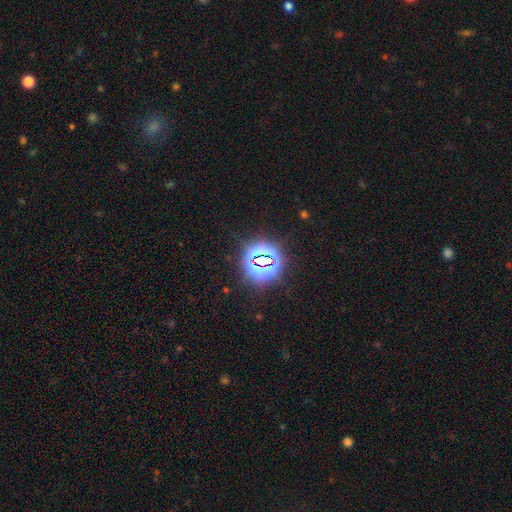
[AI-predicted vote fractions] A star or artifact, not a galaxy (79%).